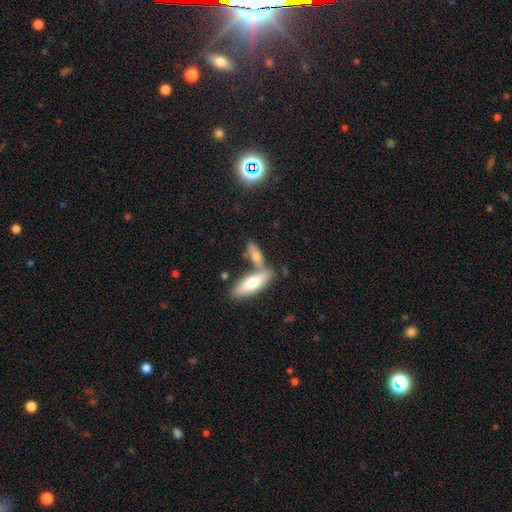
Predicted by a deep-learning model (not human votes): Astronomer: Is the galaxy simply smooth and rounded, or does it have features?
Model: smooth — 69%.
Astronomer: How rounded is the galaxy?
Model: in between — 51% (runner-up: cigar-shaped, 46%).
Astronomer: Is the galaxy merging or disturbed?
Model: none — 44% (runner-up: merger, 41%).